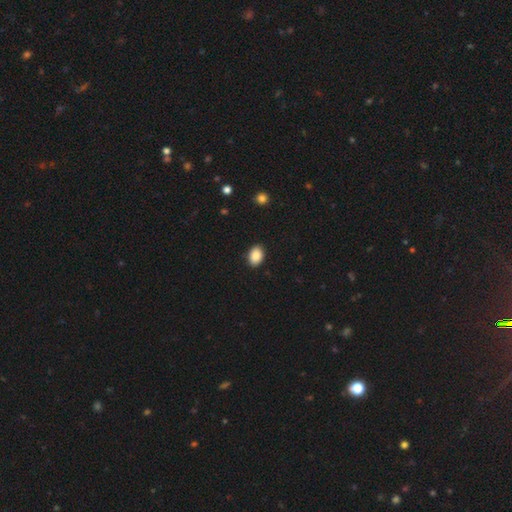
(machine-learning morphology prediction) This is clearly a smooth galaxy (89%). How rounded: clearly in between (81%). Merging: clearly none (90%).